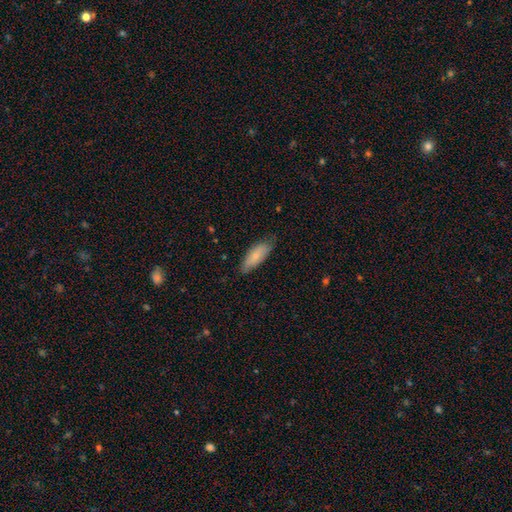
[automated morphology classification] Smooth or featured: smooth — 78% (featured or disk — 16%)
How rounded: in between — 69% (cigar-shaped — 29%)
Merging: none — 74% (minor disturbance — 21%)